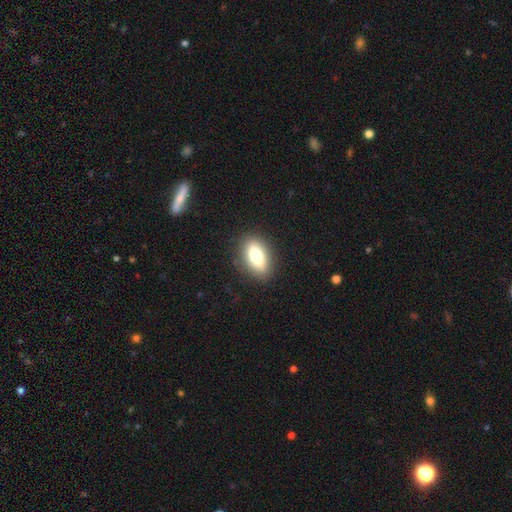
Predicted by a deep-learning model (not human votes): The model was most divided on "smooth or featured": smooth: 75%, featured or disk: 16%, star or artifact: 8%. More confident: merging — none (86%); how rounded — in between (84%).